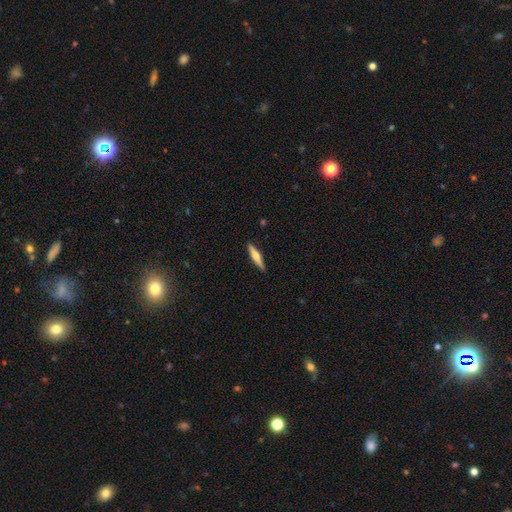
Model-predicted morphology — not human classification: A smooth galaxy with no disk features (49%).

Vote fractions:
- Smooth or featured? smooth: 49% / featured or disk: 45% / star or artifact: 5%
- Merging? none: 90% / minor disturbance: 7% / major disturbance: 1% / merger: 1%